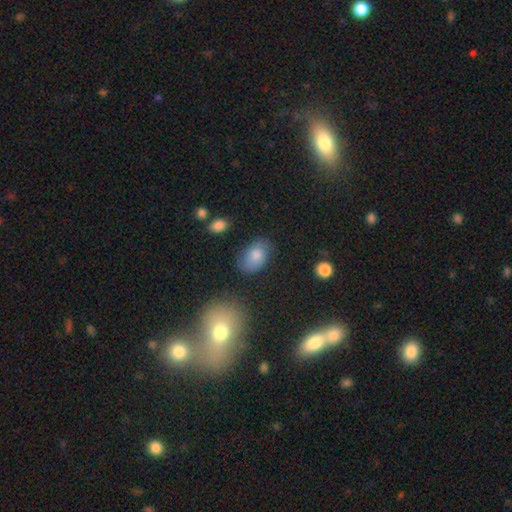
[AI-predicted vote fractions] This is clearly a smooth galaxy (80%). How rounded: clearly in between (88%). Merging: likely none (68%).